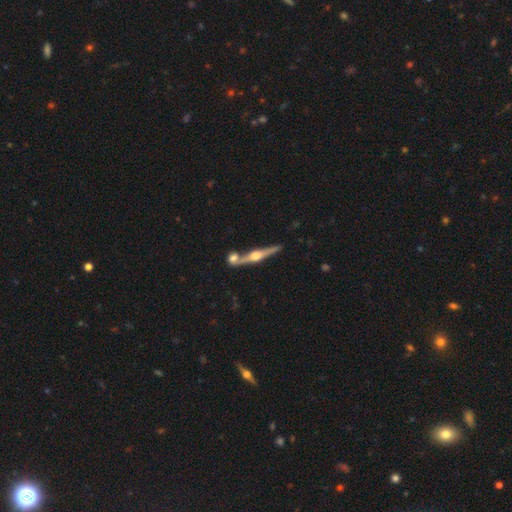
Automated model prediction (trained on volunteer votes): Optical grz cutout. It shows a featured or disk galaxy (83%) viewed edge-on (98%) with a rounded central bulge (93%). Merging: none (69%).